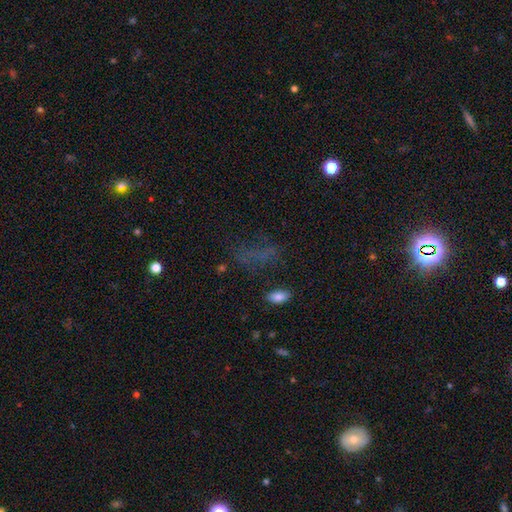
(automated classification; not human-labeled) A smooth galaxy with no disk features (41%). Merging: none (54%).